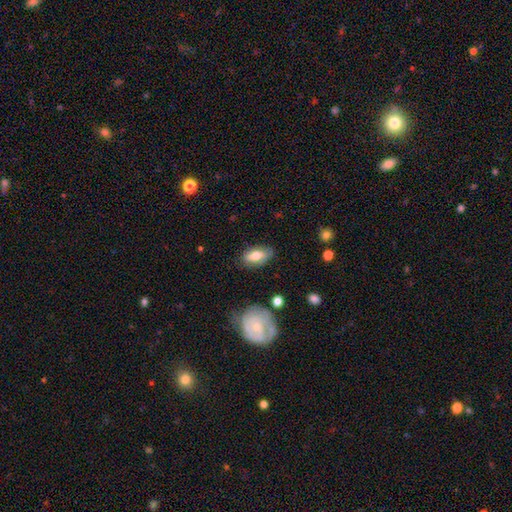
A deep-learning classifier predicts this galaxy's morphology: Smooth or featured? smooth (63%)
How rounded? in between (88%)
Merging? none (76%)